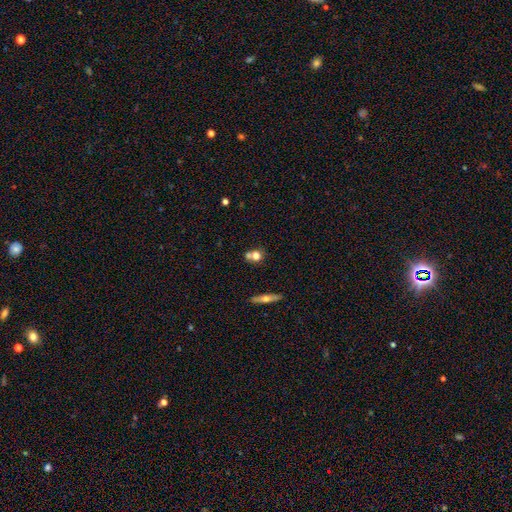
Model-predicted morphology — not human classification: A smooth galaxy with no disk features (67%) that is round (70%). Merging: none (48%).